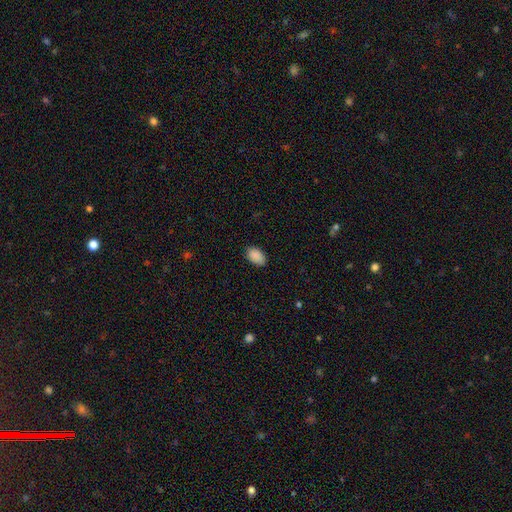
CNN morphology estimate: Smooth or featured? smooth (89%)
How rounded? in between (92%)
Merging? none (84%)